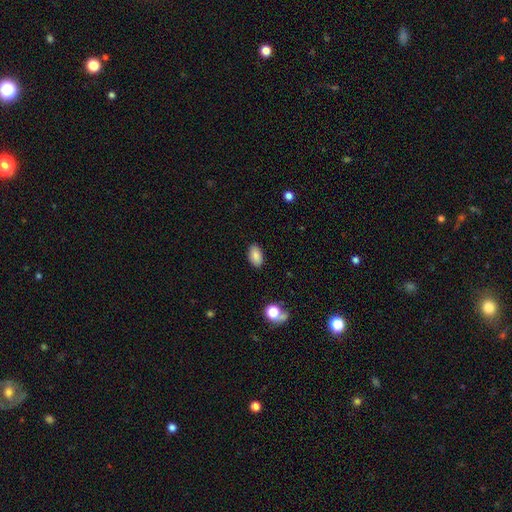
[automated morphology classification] Q: Smooth or featured?
A: smooth (87%); runner-up: star or artifact (8%)
Q: How rounded?
A: in between (93%); runner-up: round (6%)
Q: Merging?
A: none (87%); runner-up: minor disturbance (9%)